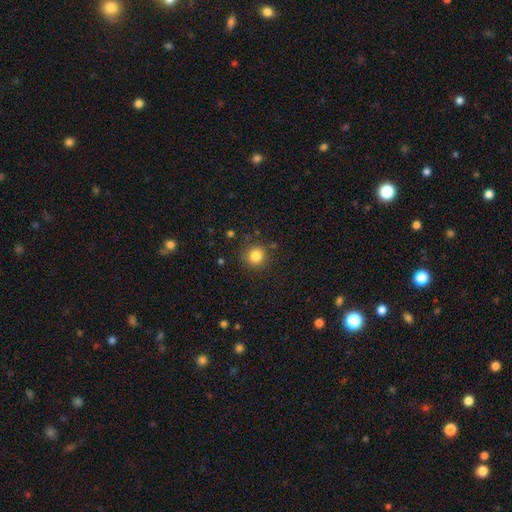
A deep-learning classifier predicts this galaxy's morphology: This is clearly a smooth galaxy (84%). How rounded: clearly round (89%). Merging: clearly none (86%).